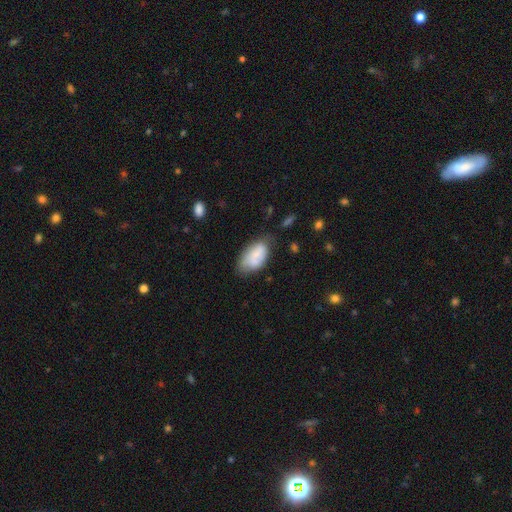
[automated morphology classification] smooth 69%, featured or disk 24%, star or artifact 8%. Down the decision tree: how rounded — in between (93%); merging — none (50%).